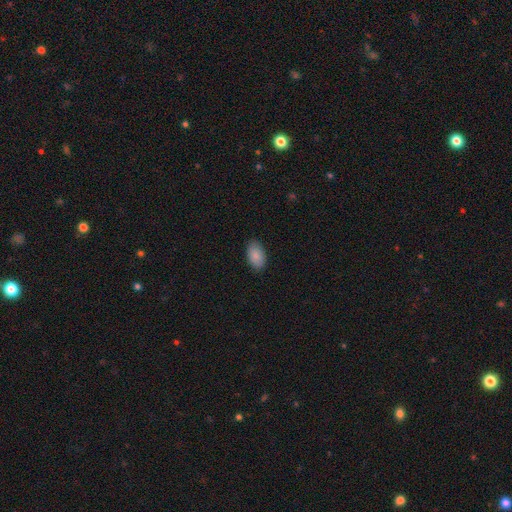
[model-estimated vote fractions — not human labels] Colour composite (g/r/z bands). It shows a smooth galaxy with no disk features (89%) that is in between round and cigar-shaped (94%). Merging: none (87%).